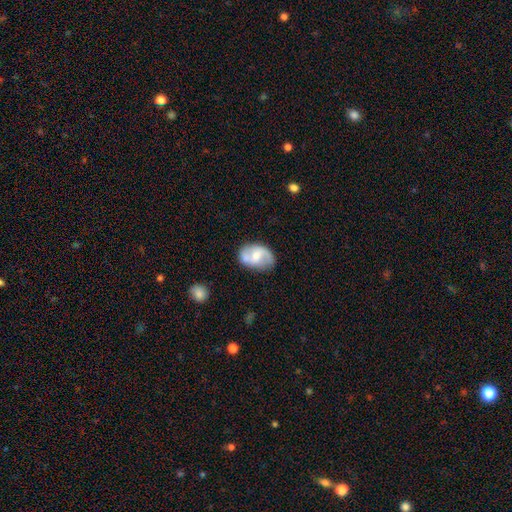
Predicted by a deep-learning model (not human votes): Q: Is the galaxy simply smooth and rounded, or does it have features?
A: featured or disk — 60%.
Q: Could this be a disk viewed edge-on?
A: no — 96%.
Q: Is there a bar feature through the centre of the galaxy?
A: weak — 46%.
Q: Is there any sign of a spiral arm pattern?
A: yes — 80%.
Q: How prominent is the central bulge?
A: moderate — 57%.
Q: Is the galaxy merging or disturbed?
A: none — 66%.